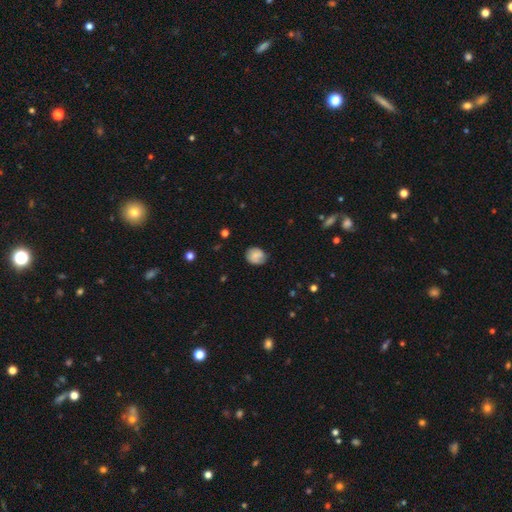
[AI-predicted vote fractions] smooth_or_featured: smooth (p=0.66) [alt: featured or disk p=0.26]
how_rounded: round (p=0.65) [alt: in between p=0.34]
merging: none (p=0.67) [alt: minor disturbance p=0.24]